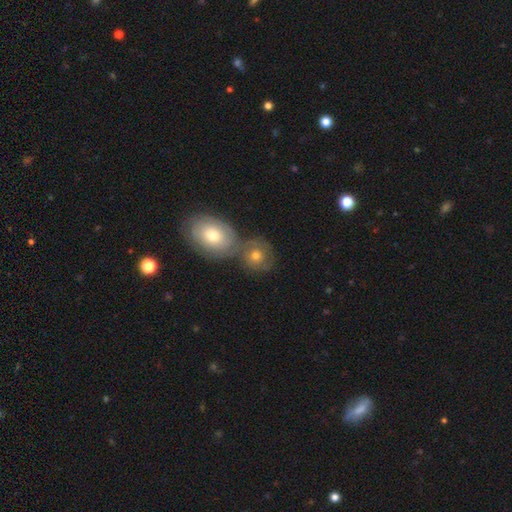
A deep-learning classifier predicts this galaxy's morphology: Smooth or featured: featured or disk — 47% (smooth — 44%)
Merging: merger — 46% (none — 40%)